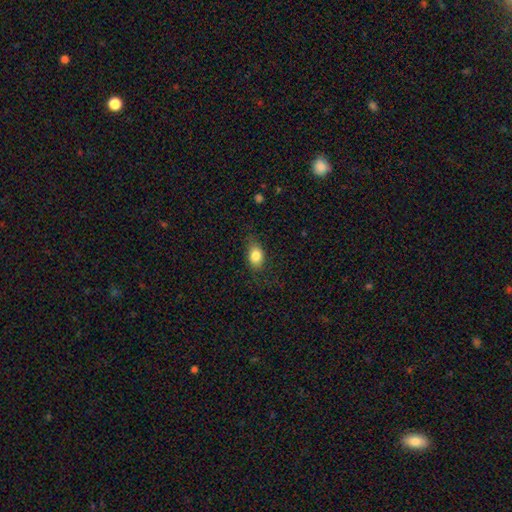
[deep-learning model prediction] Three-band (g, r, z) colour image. It shows a smooth galaxy with no disk features (83%) that is in between round and cigar-shaped (78%). Merging: none (74%).